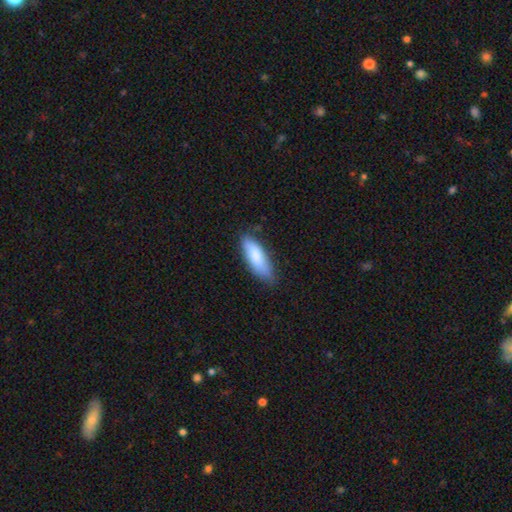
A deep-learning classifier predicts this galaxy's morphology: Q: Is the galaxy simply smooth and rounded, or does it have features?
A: smooth — 81%.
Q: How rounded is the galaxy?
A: in between — 61%.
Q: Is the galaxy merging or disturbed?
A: none — 73%.